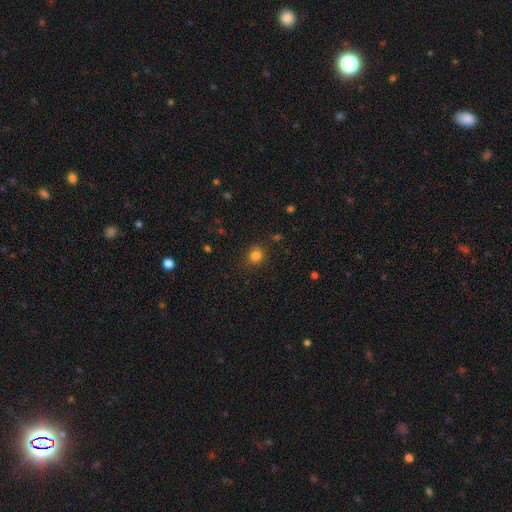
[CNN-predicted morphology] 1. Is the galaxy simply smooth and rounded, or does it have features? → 81% smooth, 13% star or artifact, 5% featured or disk.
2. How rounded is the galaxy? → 82% round, 17% in between, 1% cigar-shaped.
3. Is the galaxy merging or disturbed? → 84% none, 11% minor disturbance, 3% major disturbance, 2% merger.